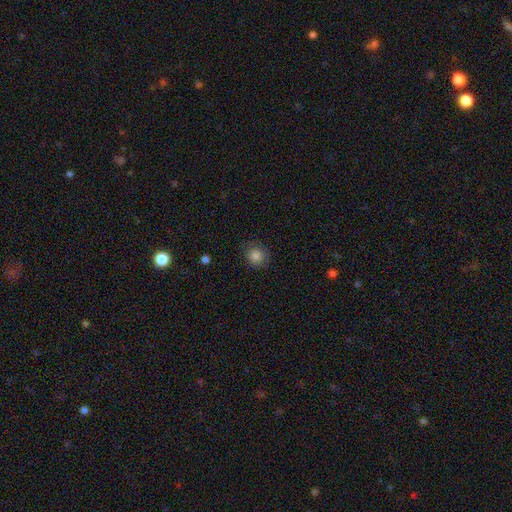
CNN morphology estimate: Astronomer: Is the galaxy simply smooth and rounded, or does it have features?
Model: smooth — 84%.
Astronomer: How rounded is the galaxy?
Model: round — 87%.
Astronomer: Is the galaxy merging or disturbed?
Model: none — 82%.